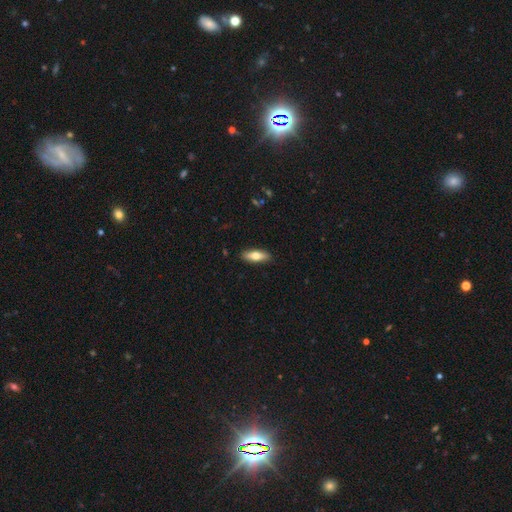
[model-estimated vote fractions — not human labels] Q: Smooth or featured?
A: smooth (67%); runner-up: featured or disk (27%)
Q: How rounded?
A: in between (56%); runner-up: cigar-shaped (41%)
Q: Merging?
A: none (89%); runner-up: minor disturbance (8%)